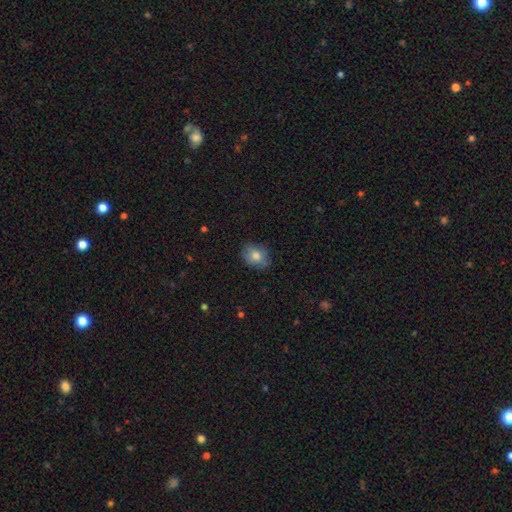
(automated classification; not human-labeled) smooth-or-featured: smooth: 80% | featured or disk: 11% | star or artifact: 9%
  how-rounded: in between: 56% | round: 43% | cigar-shaped: 1%
  merging: none: 78% | minor disturbance: 18% | major disturbance: 3% | merger: 1%